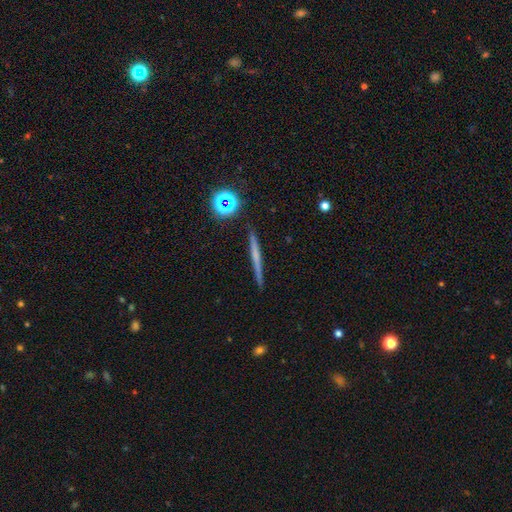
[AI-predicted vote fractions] This appears to be a featured or disk galaxy (49%). Merging: none (90%).